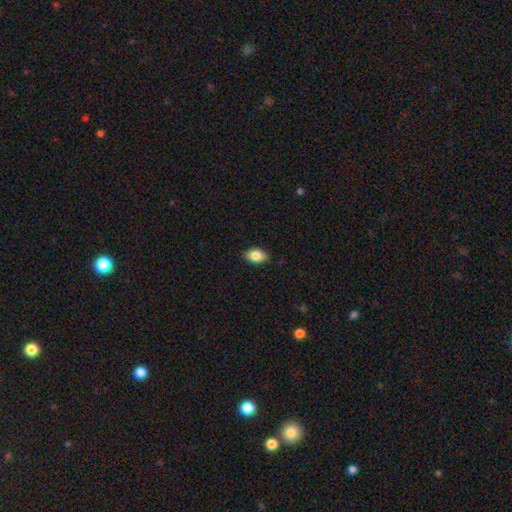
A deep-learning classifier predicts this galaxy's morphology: Smooth or featured? Predicted: smooth (p=0.84). How rounded? Predicted: in between (p=0.88). Merging? Predicted: none (p=0.84).